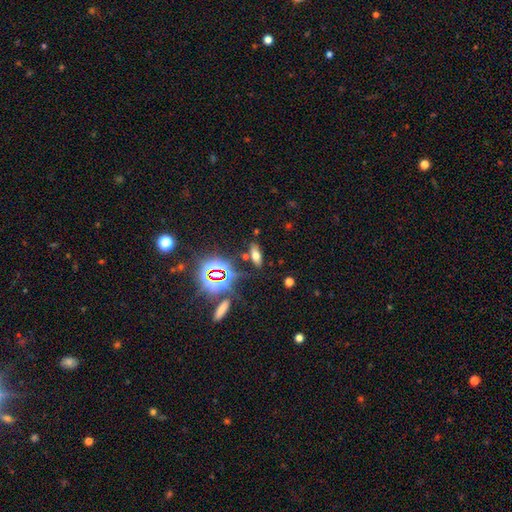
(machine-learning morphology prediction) smooth_or_featured: smooth (p=0.55) [alt: star or artifact p=0.29]
how_rounded: in between (p=0.72) [alt: cigar-shaped p=0.21]
merging: none (p=0.80) [alt: minor disturbance p=0.11]